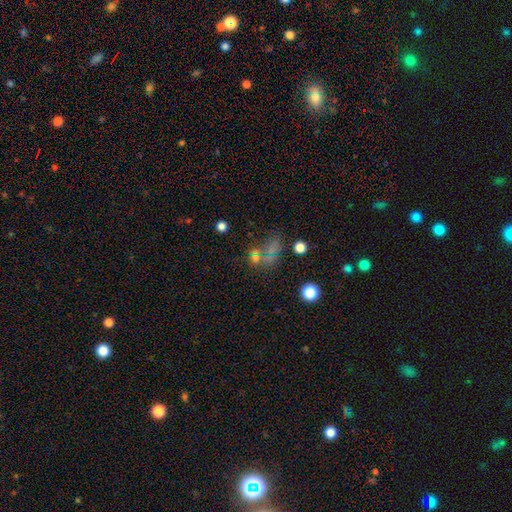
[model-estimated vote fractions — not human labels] A smooth galaxy with no disk features (38%, tied with star or artifact). Merging: none (45%).